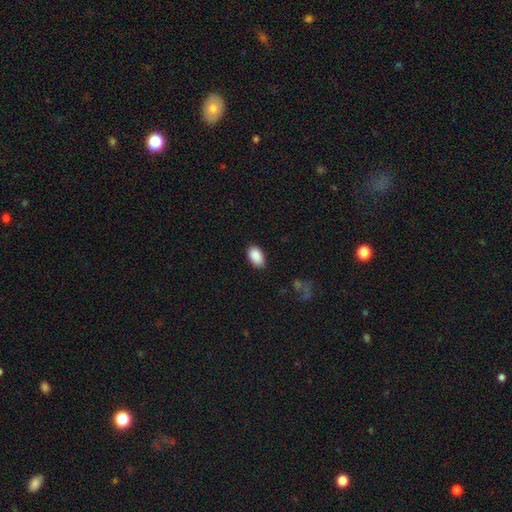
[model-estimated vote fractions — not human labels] A smooth galaxy with no disk features (90%) that is in between round and cigar-shaped (93%).

Vote fractions:
- Smooth or featured? smooth: 90% / star or artifact: 7% / featured or disk: 3%
- How rounded? in between: 93% / round: 5% / cigar-shaped: 1%
- Merging? none: 83% / minor disturbance: 13% / major disturbance: 2% / merger: 1%